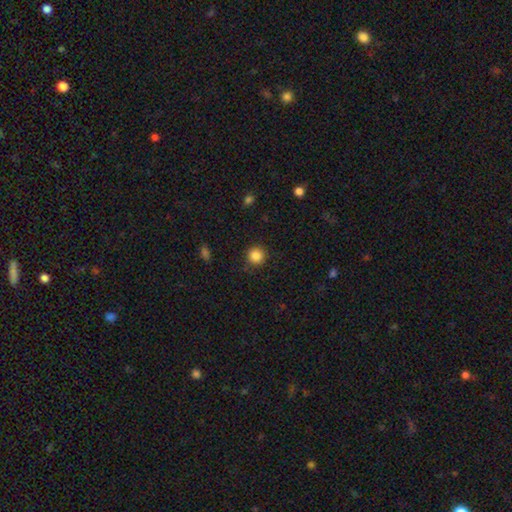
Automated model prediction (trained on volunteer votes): Morphology: type=smooth (86%); roundness=round (94%); merging=none (89%).